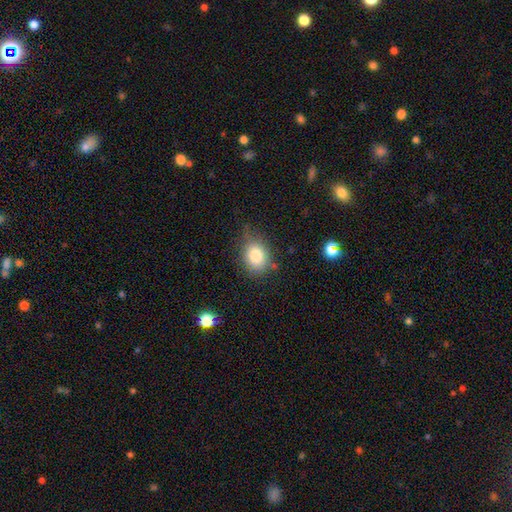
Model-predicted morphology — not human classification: Smooth or featured: smooth — 82% (star or artifact — 10%)
How rounded: in between — 57% (round — 42%)
Merging: none — 68% (minor disturbance — 23%)